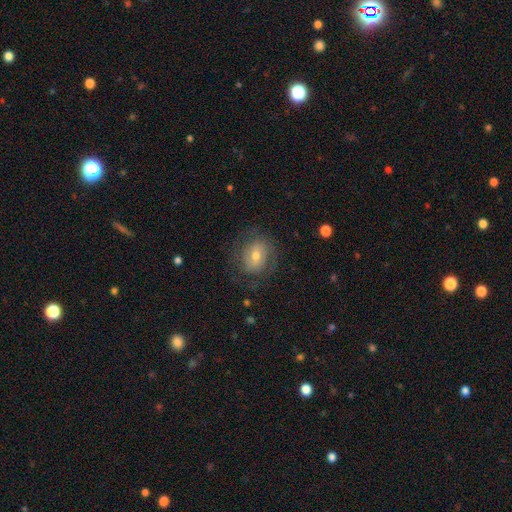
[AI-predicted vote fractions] The model was most divided on "smooth or featured": featured or disk: 49%, smooth: 42%, star or artifact: 9%. More confident: merging — none (71%).